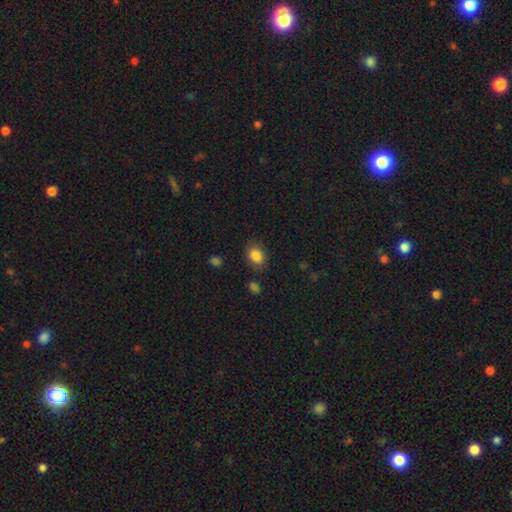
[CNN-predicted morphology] This is clearly a smooth galaxy (85%). How rounded: likely in between (67%). Merging: likely none (79%).